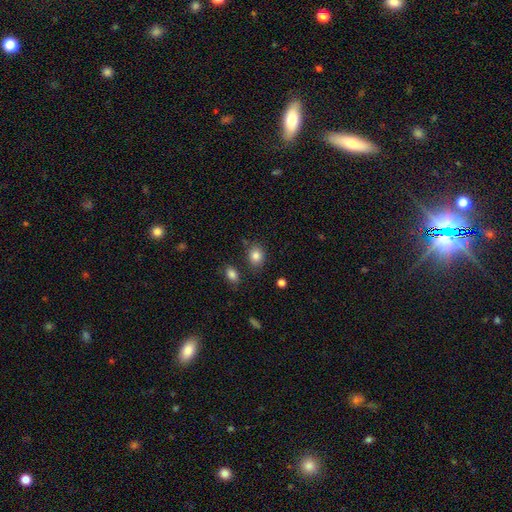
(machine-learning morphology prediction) Smooth or featured? Predicted: smooth (p=0.84). How rounded? Predicted: round (p=0.52). Merging? Predicted: none (p=0.78).